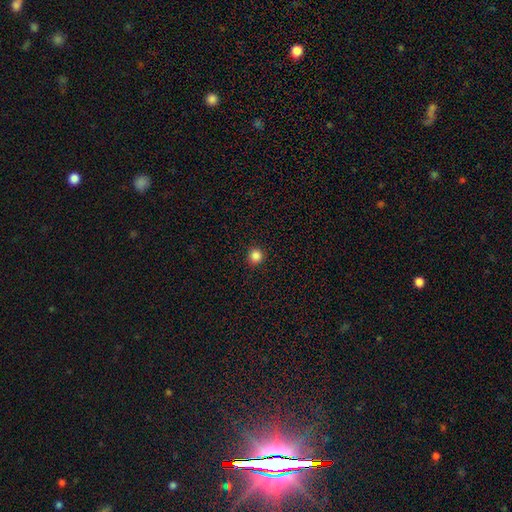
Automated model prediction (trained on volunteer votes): This appears to be a smooth galaxy with no disk features (85%) that is round (94%). Merging: none (93%).